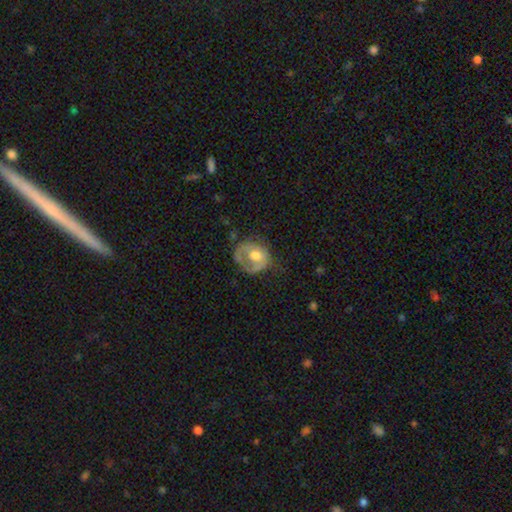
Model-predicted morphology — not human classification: type=smooth (48%); merging=none (39%).